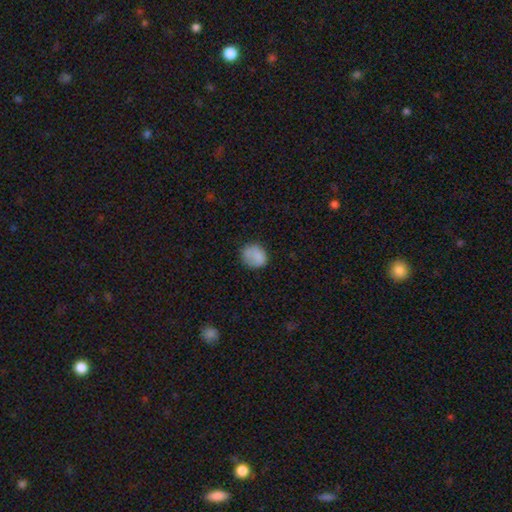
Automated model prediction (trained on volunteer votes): Overall: smooth (84%). How rounded: round (71%). Merging: none (72%).